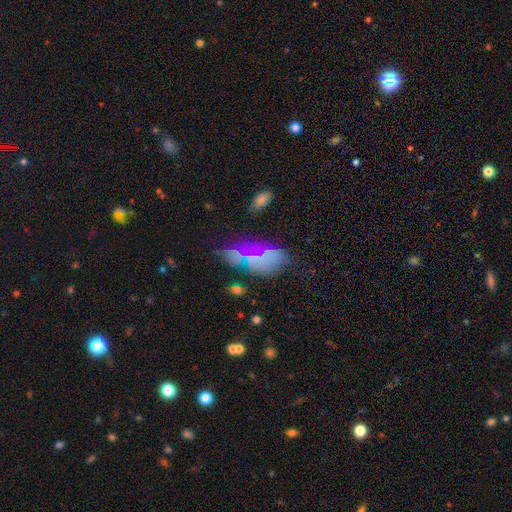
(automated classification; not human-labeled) Q: Smooth or featured?
A: smooth (39%); runner-up: featured or disk (38%)
Q: Merging?
A: none (37%); runner-up: minor disturbance (22%)